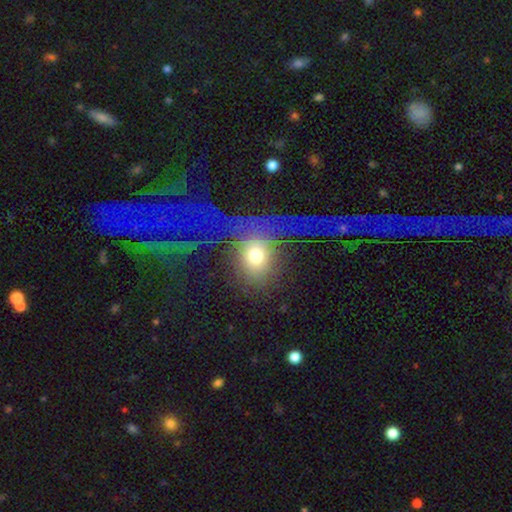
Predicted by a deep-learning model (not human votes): Smooth or featured?
  - smooth: 63% *
  - featured or disk: 21%
  - star or artifact: 16%
How rounded?
  - round: 59% *
  - in between: 39%
  - cigar-shaped: 2%
Merging?
  - none: 43% *
  - major disturbance: 34%
  - minor disturbance: 15%
  - merger: 8%